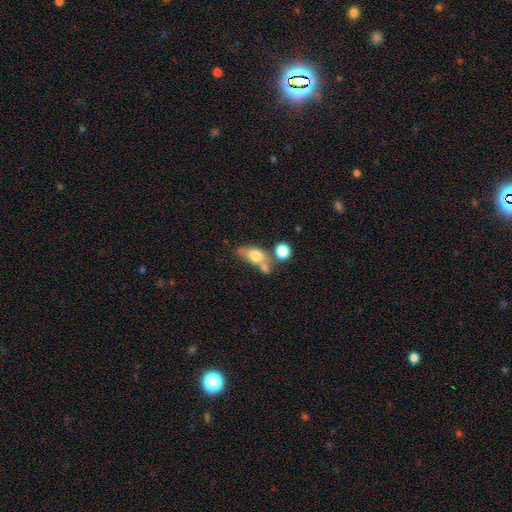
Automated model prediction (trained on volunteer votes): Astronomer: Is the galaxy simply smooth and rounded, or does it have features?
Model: smooth — 69%.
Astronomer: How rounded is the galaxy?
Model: in between — 76%.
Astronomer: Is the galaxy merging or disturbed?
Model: none — 38% (runner-up: merger, 37%).